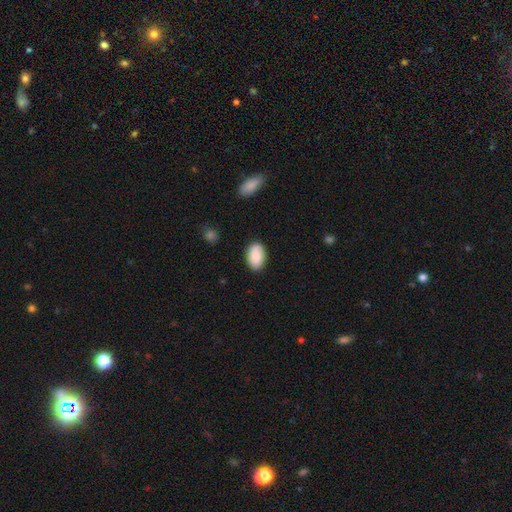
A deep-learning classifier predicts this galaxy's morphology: smooth-or-featured: smooth: 86% | featured or disk: 8% | star or artifact: 6%
  how-rounded: in between: 92% | round: 7% | cigar-shaped: 1%
  merging: none: 85% | minor disturbance: 12% | major disturbance: 2% | merger: 2%